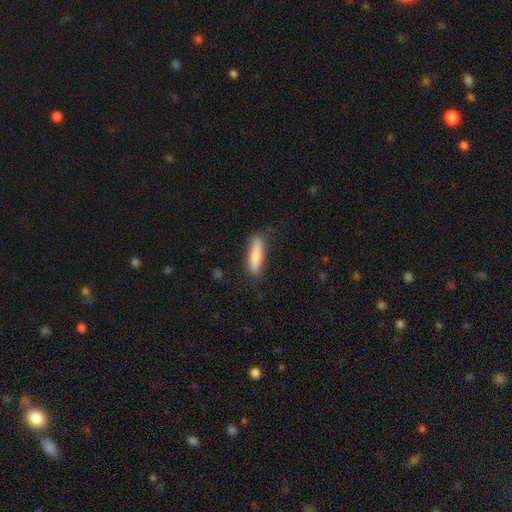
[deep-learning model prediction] Q: Smooth or featured?
A: smooth (81%); runner-up: featured or disk (13%)
Q: How rounded?
A: cigar-shaped (78%); runner-up: in between (20%)
Q: Merging?
A: none (84%); runner-up: minor disturbance (12%)